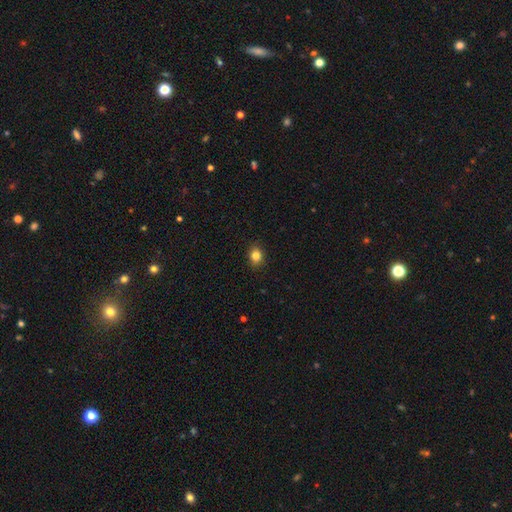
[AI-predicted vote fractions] A smooth galaxy with no disk features (84%) that is round (50%). Merging: none (89%).